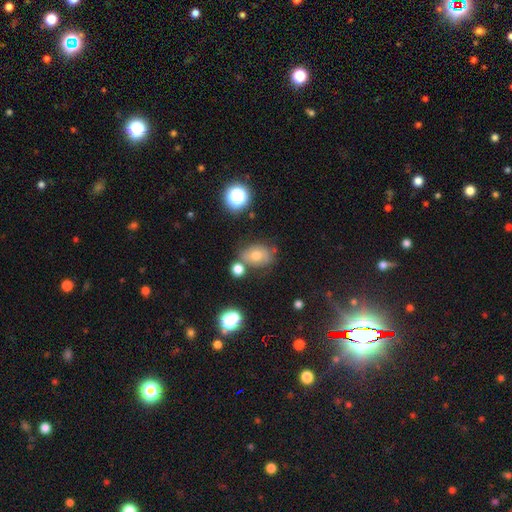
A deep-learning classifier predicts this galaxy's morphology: Smooth or featured: smooth — 60% (featured or disk — 23%)
How rounded: in between — 61% (round — 38%)
Merging: none — 62% (minor disturbance — 19%)